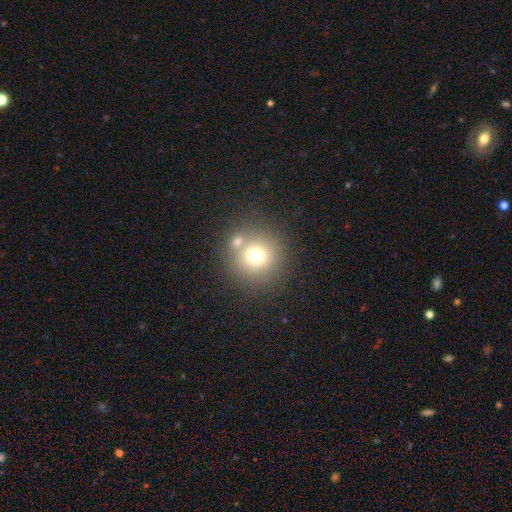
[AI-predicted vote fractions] The model was most divided on "merging": none: 68%, merger: 19%, minor disturbance: 9%, major disturbance: 4%. More confident: how rounded — round (94%); smooth or featured — smooth (70%).